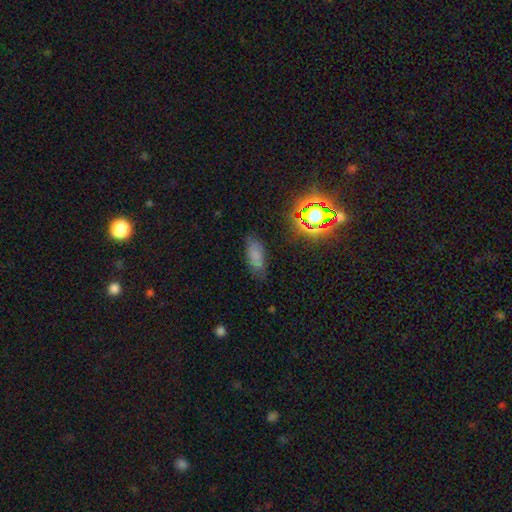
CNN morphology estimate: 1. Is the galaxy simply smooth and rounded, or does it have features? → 67% smooth, 19% star or artifact, 14% featured or disk.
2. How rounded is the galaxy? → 80% in between, 17% cigar-shaped, 4% round.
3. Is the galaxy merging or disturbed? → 74% none, 18% minor disturbance, 6% major disturbance, 2% merger.